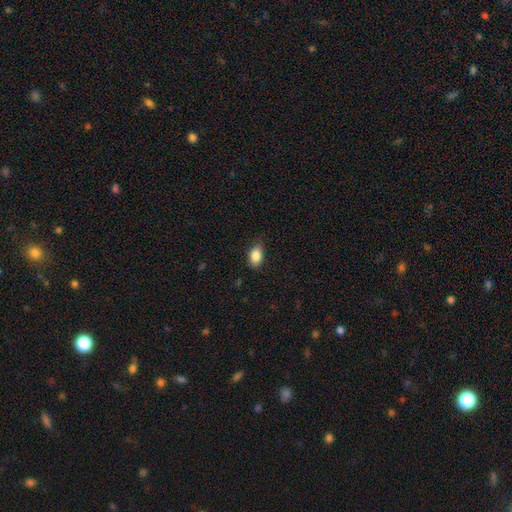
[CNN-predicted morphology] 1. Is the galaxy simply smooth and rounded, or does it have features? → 87% smooth, 8% star or artifact, 6% featured or disk.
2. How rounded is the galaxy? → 87% in between, 11% round, 2% cigar-shaped.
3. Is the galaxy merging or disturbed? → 81% none, 15% minor disturbance, 3% major disturbance, 1% merger.